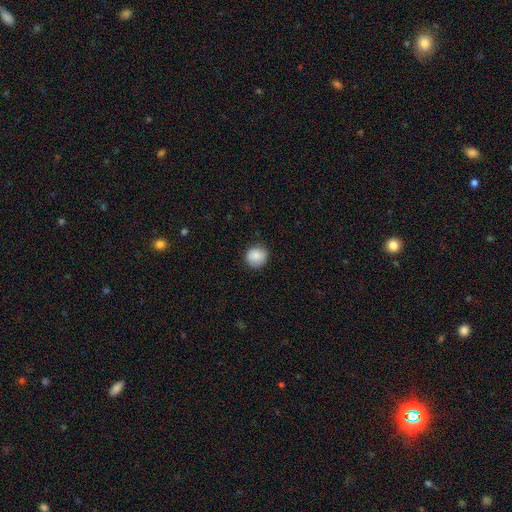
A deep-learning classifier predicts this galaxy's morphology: A smooth galaxy with no disk features (87%) that is round (91%).

Vote fractions:
- Smooth or featured? smooth: 87% / star or artifact: 8% / featured or disk: 5%
- How rounded? round: 91% / in between: 9% / cigar-shaped: 1%
- Merging? none: 85% / minor disturbance: 12% / major disturbance: 3% / merger: 1%